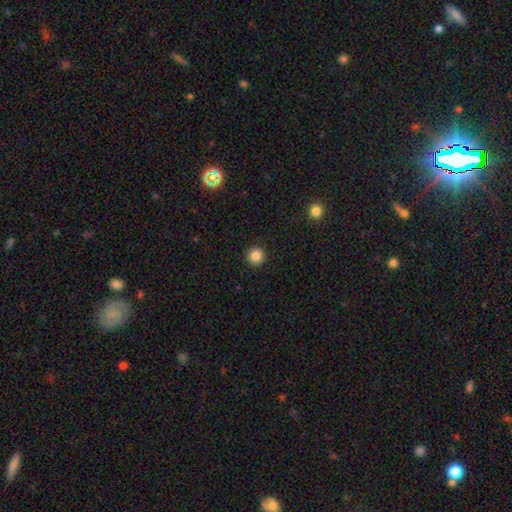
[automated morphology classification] smooth-or-featured: smooth: 86% | star or artifact: 10% | featured or disk: 3%
  how-rounded: round: 95% | in between: 4% | cigar-shaped: 1%
  merging: none: 93% | minor disturbance: 5% | major disturbance: 2% | merger: 1%